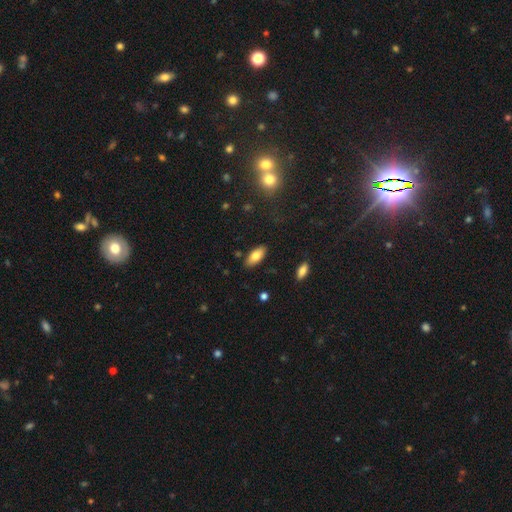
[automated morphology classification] type=smooth (78%); roundness=in between (87%); merging=none (86%).